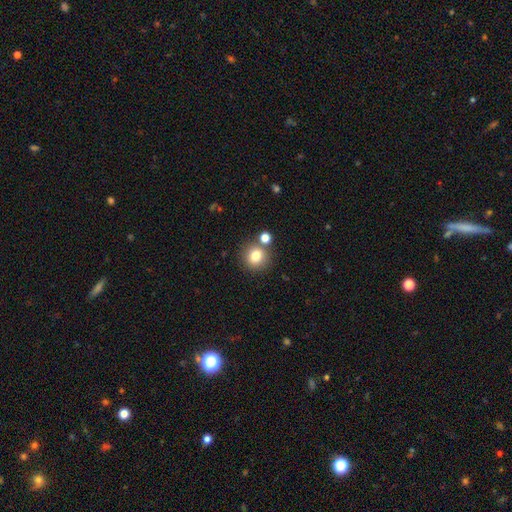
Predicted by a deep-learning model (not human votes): Smooth or featured? smooth (78%)
How rounded? round (89%)
Merging? none (76%)